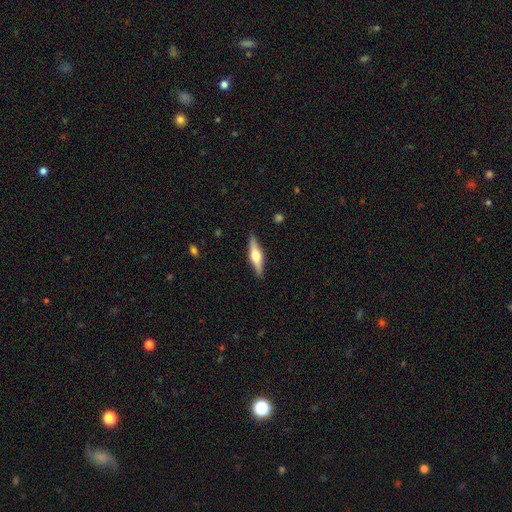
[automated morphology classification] A featured or disk galaxy (65%) viewed edge-on (97%) with a rounded central bulge (94%). Merging: none (89%).